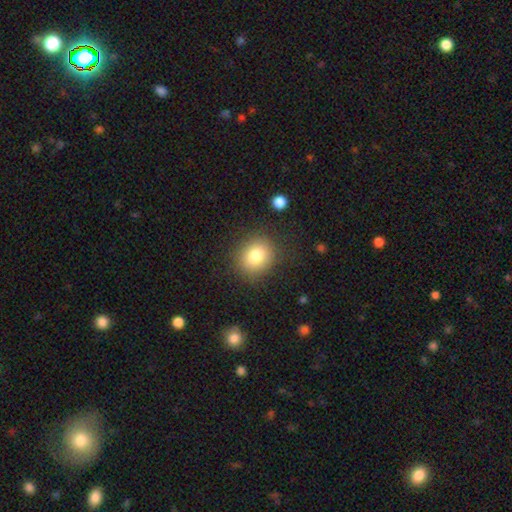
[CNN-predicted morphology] Overall: smooth (80%). How rounded: round (74%). Merging: none (84%).